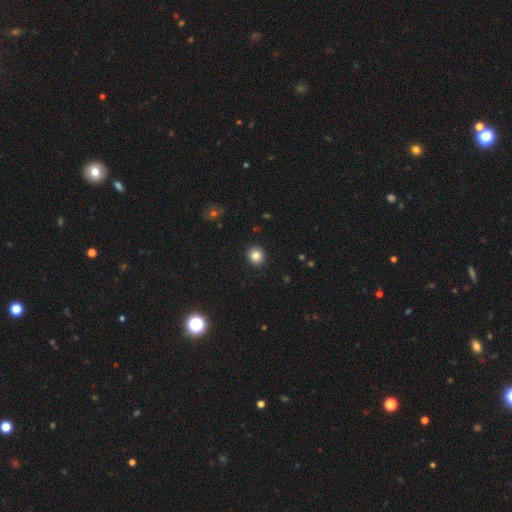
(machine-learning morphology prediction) type=smooth (84%); roundness=round (91%); merging=none (93%).